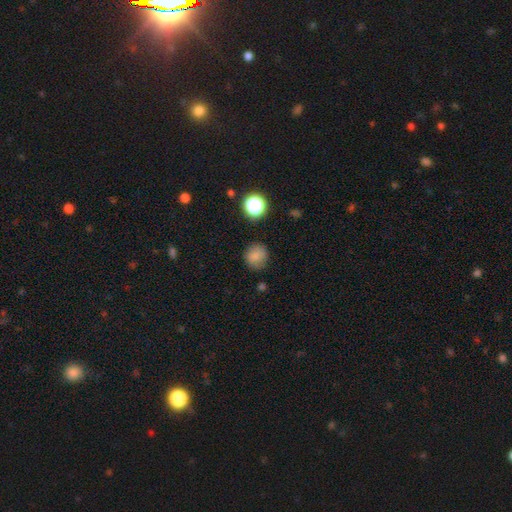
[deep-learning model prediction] Smooth or featured? smooth (80%)
How rounded? round (87%)
Merging? none (81%)